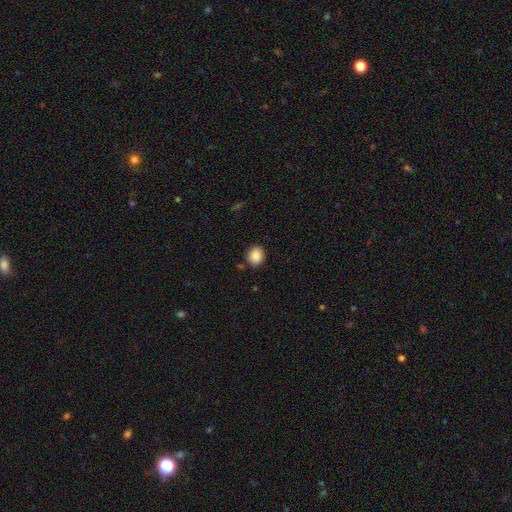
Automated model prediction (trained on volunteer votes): The model was most divided on "how rounded": round: 68%, in between: 31%, cigar-shaped: 1%. More confident: smooth or featured — smooth (88%); merging — none (85%).